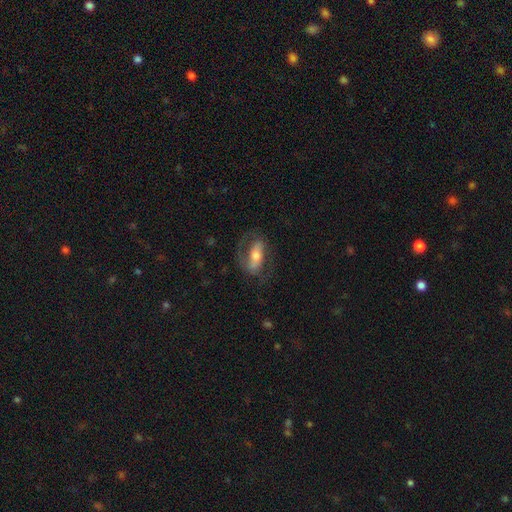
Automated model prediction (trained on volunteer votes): A featured or disk galaxy (68%) with a strong bar (49%), 2 (77%) medium (48%) spiral arms (83%) and a moderate central bulge (59%).

Vote fractions:
- Smooth or featured? featured or disk: 68% / smooth: 26% / star or artifact: 6%
- Edge-on disk? no: 90% / yes: 10%
- Bar? strong: 49% / weak: 28% / no: 23%
- Spiral arms? yes: 83% / no: 17%
- Spiral winding? medium: 48% / loose: 27% / tight: 25%
- Spiral arm count? 2: 77% / 1: 13% / can't tell: 7% / 3: 1% / 4: 1% / more than 4: 1%
- Bulge size? moderate: 59% / small: 23% / large: 14% / none: 2% / dominant: 2%
- Merging? none: 64% / minor disturbance: 18% / major disturbance: 16% / merger: 2%